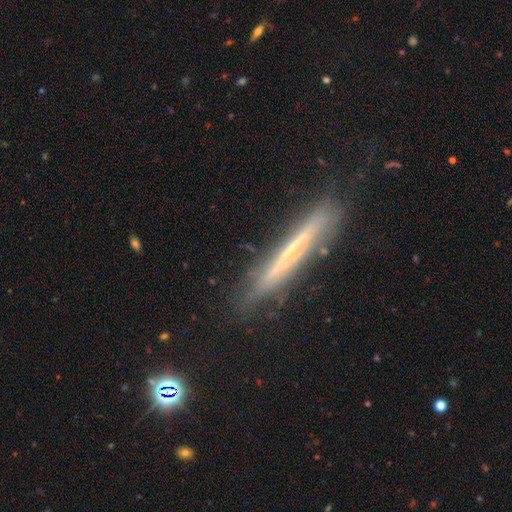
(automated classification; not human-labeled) Smooth or featured? featured or disk (61%)
Edge-on disk? yes (92%)
Edge-on bulge? none (76%)
Merging? none (81%)